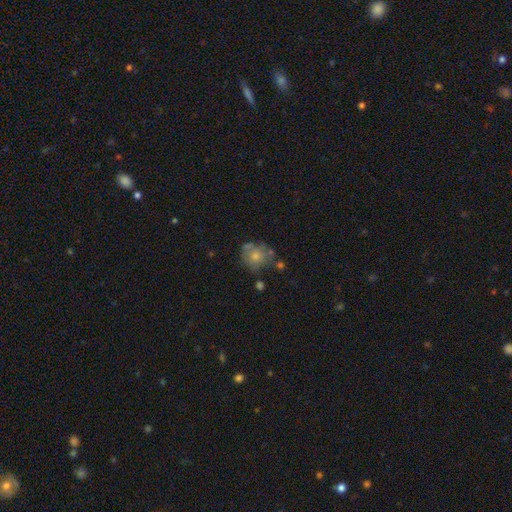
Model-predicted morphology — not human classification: A smooth galaxy with no disk features (62%) that is round (74%).

Vote fractions:
- Smooth or featured? smooth: 62% / featured or disk: 28% / star or artifact: 10%
- How rounded? round: 74% / in between: 25% / cigar-shaped: 1%
- Merging? none: 45% / minor disturbance: 27% / major disturbance: 16% / merger: 12%